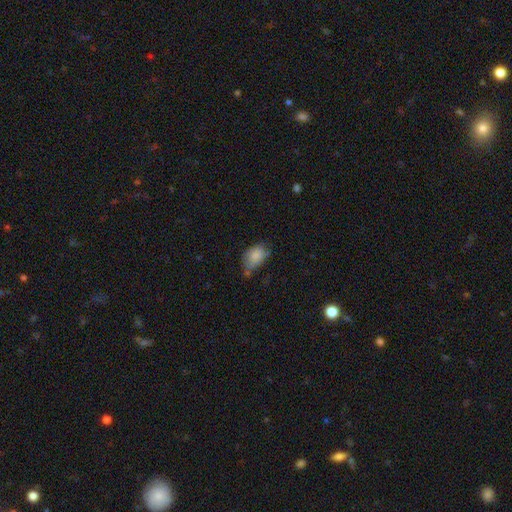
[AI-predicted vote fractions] A smooth galaxy with no disk features (82%) that is in between round and cigar-shaped (85%). Merging: none (49%).